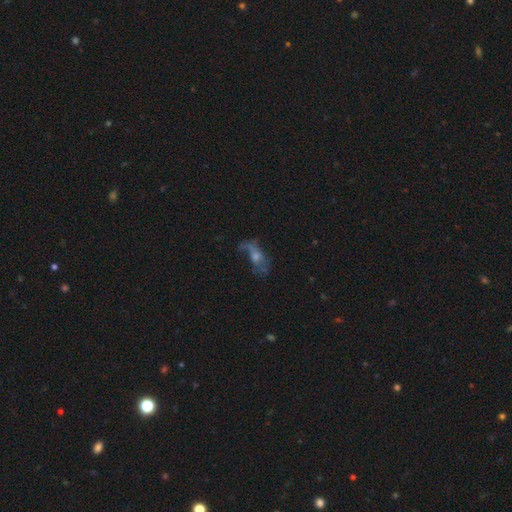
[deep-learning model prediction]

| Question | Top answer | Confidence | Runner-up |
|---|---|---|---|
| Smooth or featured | featured or disk | 50% | smooth (31%) |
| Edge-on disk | no | 85% | yes (15%) |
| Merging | major disturbance | 38% | none (37%) |